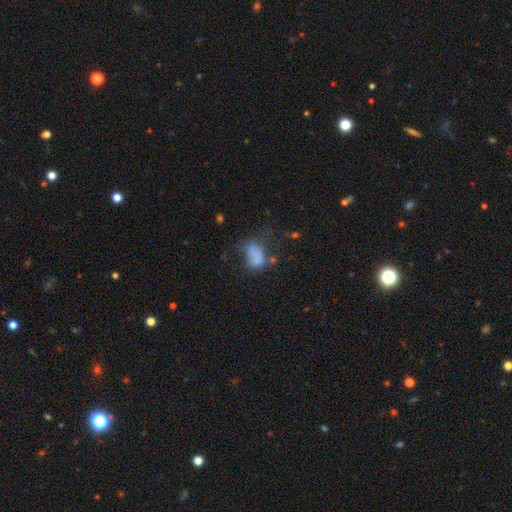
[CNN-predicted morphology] smooth 69%, featured or disk 18%, star or artifact 13%. Down the decision tree: how rounded — in between (86%); merging — major disturbance (38%).